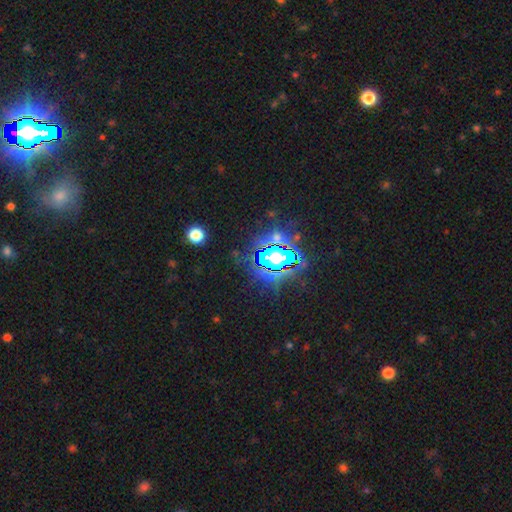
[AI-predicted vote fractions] This is clearly a star or artifact rather than a galaxy (83%).